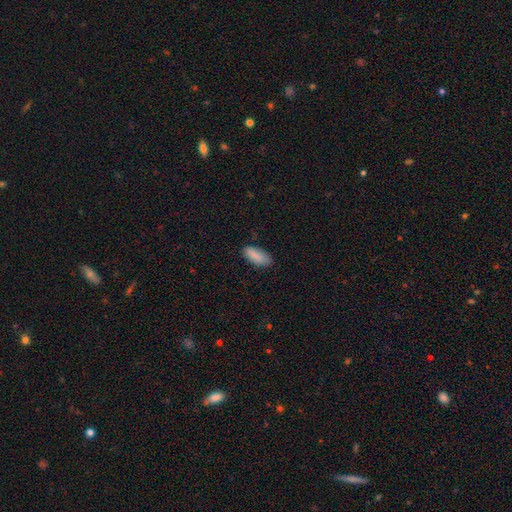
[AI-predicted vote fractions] smooth 88%, star or artifact 7%, featured or disk 5%. Down the decision tree: how rounded — in between (80%); merging — none (79%).